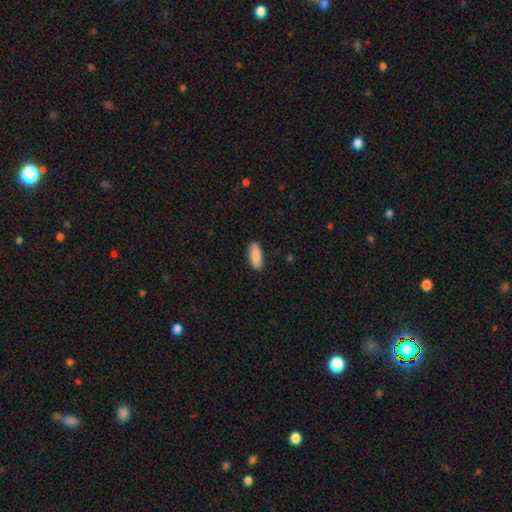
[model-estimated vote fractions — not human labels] Smooth or featured?
  - smooth: 86% *
  - featured or disk: 8%
  - star or artifact: 6%
How rounded?
  - in between: 70% *
  - cigar-shaped: 28%
  - round: 2%
Merging?
  - none: 85% *
  - minor disturbance: 12%
  - major disturbance: 2%
  - merger: 1%